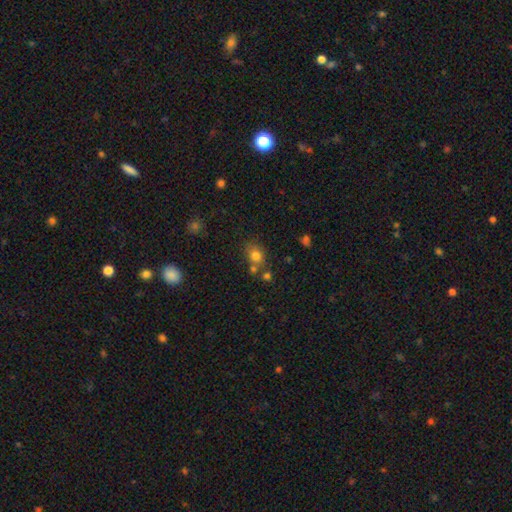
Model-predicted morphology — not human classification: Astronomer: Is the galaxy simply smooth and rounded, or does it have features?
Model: smooth — 77%.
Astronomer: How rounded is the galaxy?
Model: round — 58% (runner-up: in between, 41%).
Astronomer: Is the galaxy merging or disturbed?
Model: none — 57%.